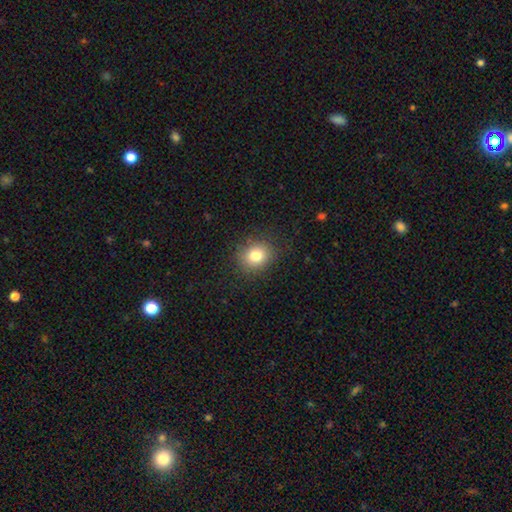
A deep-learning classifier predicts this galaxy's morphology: smooth 81%, star or artifact 11%, featured or disk 8%. Down the decision tree: how rounded — round (63%); merging — none (85%).